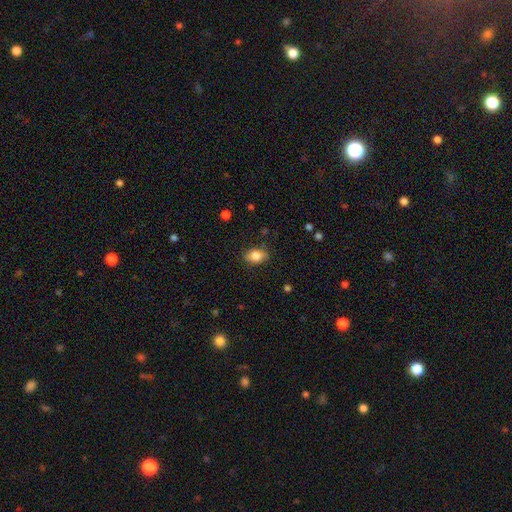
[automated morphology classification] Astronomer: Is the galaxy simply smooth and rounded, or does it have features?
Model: smooth — 83%.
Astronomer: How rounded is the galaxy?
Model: in between — 81%.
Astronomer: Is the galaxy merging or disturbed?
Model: none — 83%.